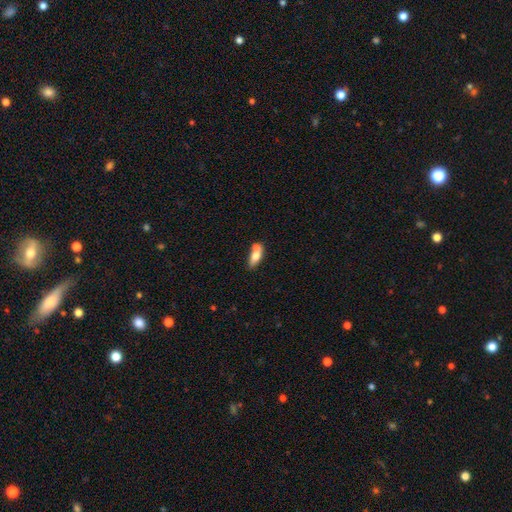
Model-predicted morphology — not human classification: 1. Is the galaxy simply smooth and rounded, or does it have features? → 68% smooth, 25% featured or disk, 7% star or artifact.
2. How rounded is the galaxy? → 77% in between, 16% cigar-shaped, 7% round.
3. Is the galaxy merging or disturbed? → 50% merger, 35% none, 11% minor disturbance, 4% major disturbance.